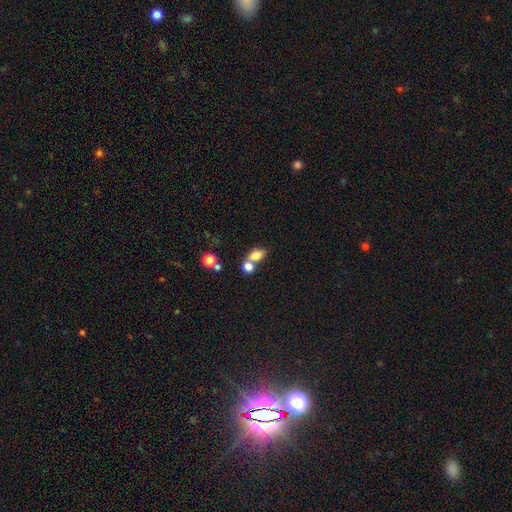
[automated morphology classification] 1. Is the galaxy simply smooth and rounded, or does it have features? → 78% smooth, 11% featured or disk, 11% star or artifact.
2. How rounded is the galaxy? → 76% in between, 22% round, 2% cigar-shaped.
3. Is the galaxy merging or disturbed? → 48% merger, 37% none, 10% minor disturbance, 5% major disturbance.